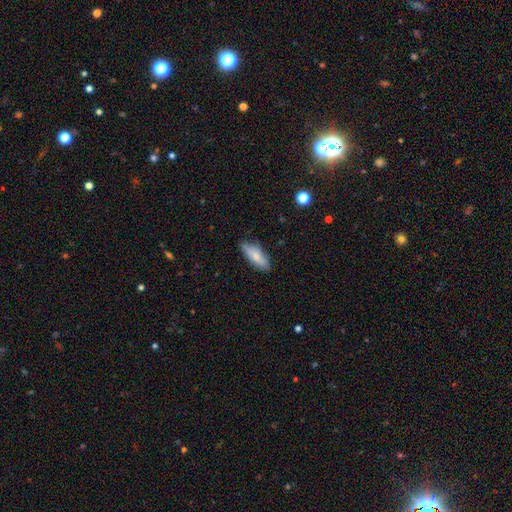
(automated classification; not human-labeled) Q: Smooth or featured?
A: smooth (74%); runner-up: featured or disk (20%)
Q: How rounded?
A: in between (68%); runner-up: cigar-shaped (30%)
Q: Merging?
A: none (76%); runner-up: minor disturbance (19%)